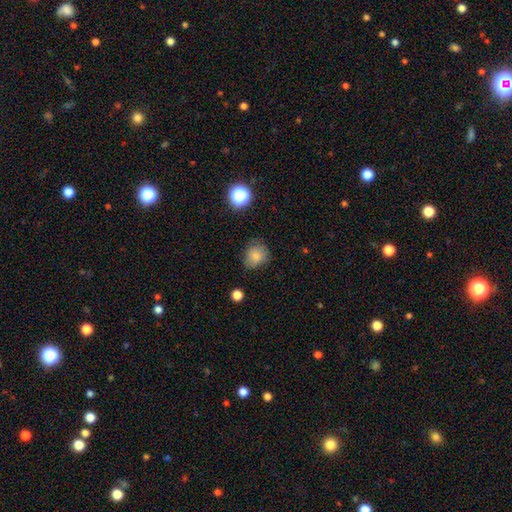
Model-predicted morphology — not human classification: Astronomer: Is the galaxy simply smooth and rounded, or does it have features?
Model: smooth — 82%.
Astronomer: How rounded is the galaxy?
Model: round — 71%.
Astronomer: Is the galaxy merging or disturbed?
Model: none — 70%.